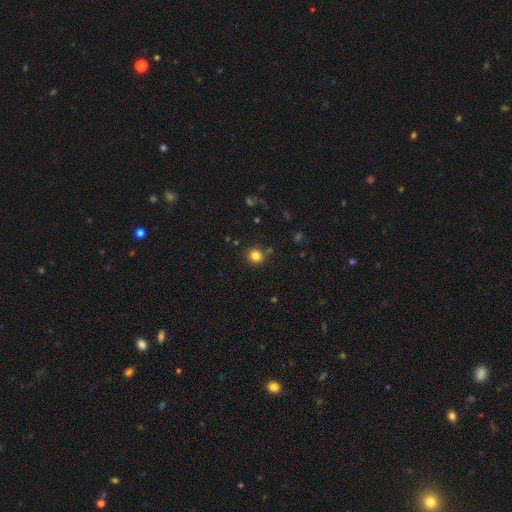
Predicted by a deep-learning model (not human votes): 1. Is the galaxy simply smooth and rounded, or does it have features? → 83% smooth, 12% star or artifact, 5% featured or disk.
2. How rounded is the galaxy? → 91% round, 8% in between, 1% cigar-shaped.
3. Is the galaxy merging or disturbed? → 87% none, 7% minor disturbance, 3% merger, 2% major disturbance.